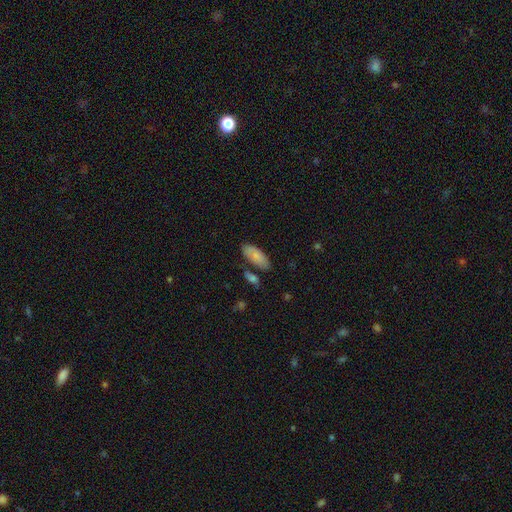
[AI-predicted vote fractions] This appears to be a smooth galaxy with no disk features (80%) that is in between round and cigar-shaped (86%). Merging: none (71%).